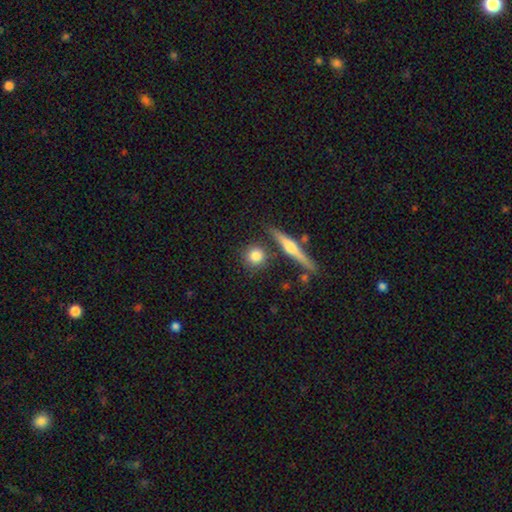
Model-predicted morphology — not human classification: Smooth or featured?
  - smooth: 77% *
  - featured or disk: 15%
  - star or artifact: 8%
How rounded?
  - round: 86% *
  - in between: 9%
  - cigar-shaped: 5%
Merging?
  - none: 78% *
  - minor disturbance: 10%
  - merger: 9%
  - major disturbance: 3%